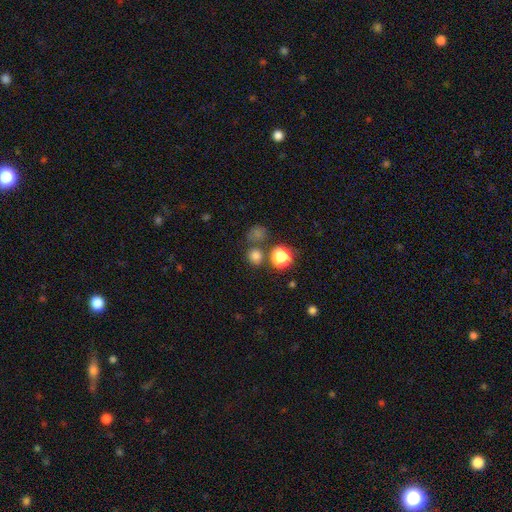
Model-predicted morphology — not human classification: smooth 75%, star or artifact 20%, featured or disk 5%. Down the decision tree: how rounded — round (86%); merging — none (71%).